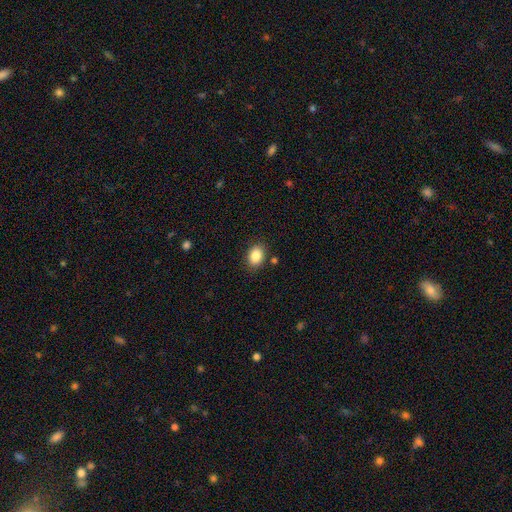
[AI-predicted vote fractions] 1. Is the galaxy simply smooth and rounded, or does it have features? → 86% smooth, 8% star or artifact, 5% featured or disk.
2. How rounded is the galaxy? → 66% in between, 33% round, 1% cigar-shaped.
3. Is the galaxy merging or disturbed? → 85% none, 10% minor disturbance, 3% merger, 3% major disturbance.